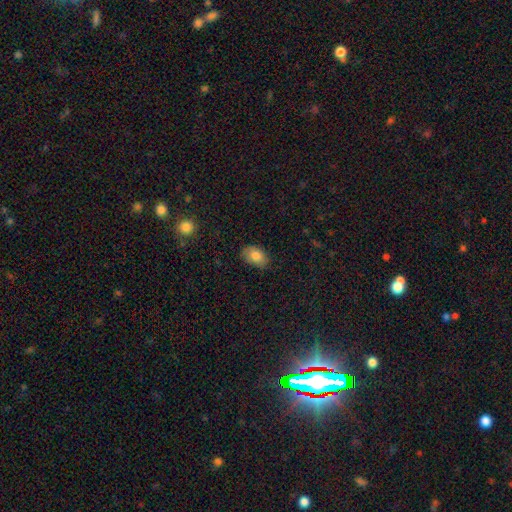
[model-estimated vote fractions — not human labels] Morphology: type=smooth (82%); roundness=in between (87%); merging=none (78%).